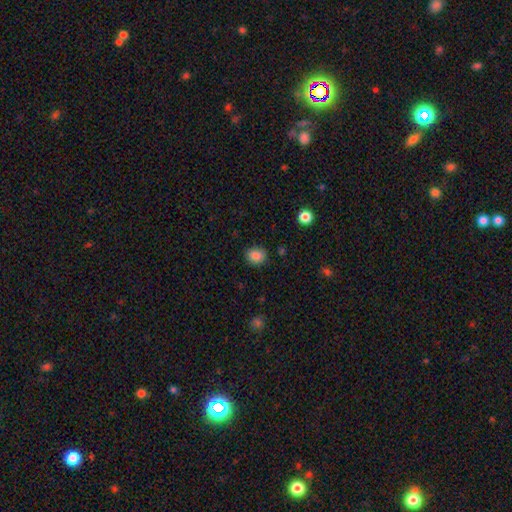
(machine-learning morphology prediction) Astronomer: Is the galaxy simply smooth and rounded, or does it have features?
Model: smooth — 85%.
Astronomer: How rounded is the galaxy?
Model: round — 61% (runner-up: in between, 38%).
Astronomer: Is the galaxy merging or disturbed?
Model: none — 82%.